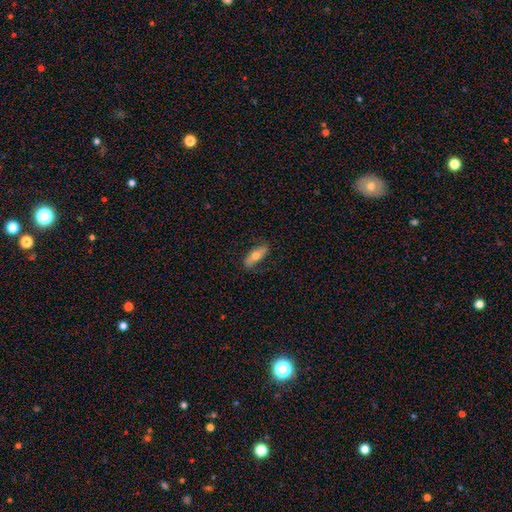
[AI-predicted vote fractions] Q: Smooth or featured?
A: smooth (59%); runner-up: featured or disk (35%)
Q: How rounded?
A: in between (62%); runner-up: cigar-shaped (35%)
Q: Merging?
A: none (81%); runner-up: minor disturbance (15%)